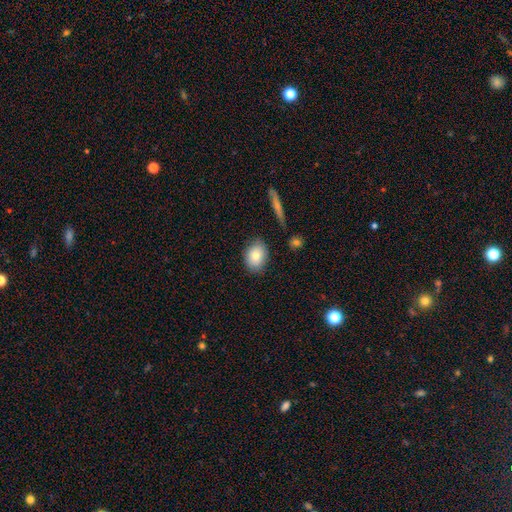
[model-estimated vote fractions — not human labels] A smooth galaxy with no disk features (79%) that is in between round and cigar-shaped (64%). Merging: none (83%).